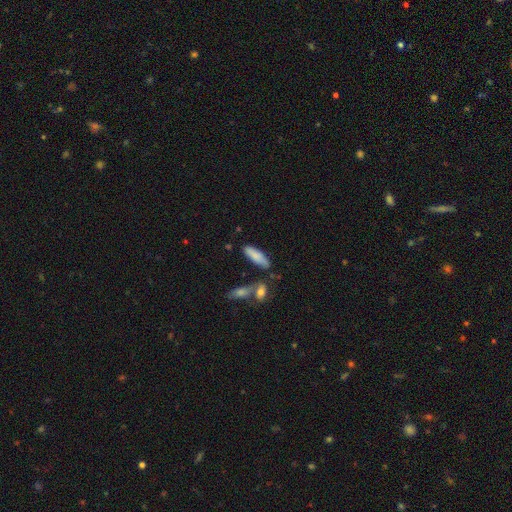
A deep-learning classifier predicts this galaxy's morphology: Smooth or featured: smooth — 81% (featured or disk — 12%)
How rounded: in between — 51% (cigar-shaped — 47%)
Merging: none — 70% (minor disturbance — 15%)